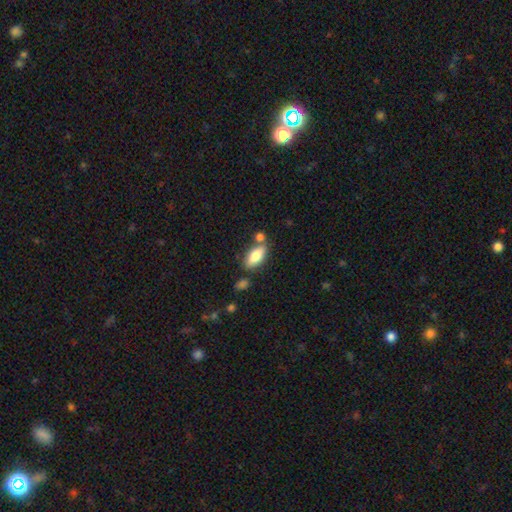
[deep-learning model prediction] smooth_or_featured: smooth (p=0.78) [alt: featured or disk p=0.15]
how_rounded: in between (p=0.82) [alt: cigar-shaped p=0.15]
merging: none (p=0.68) [alt: merger p=0.15]